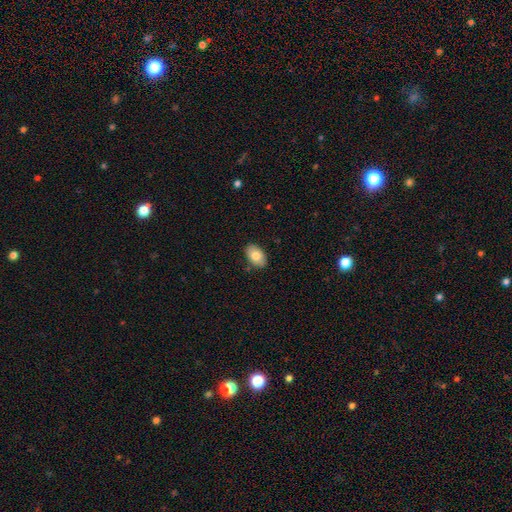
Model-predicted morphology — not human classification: Smooth or featured?
  - smooth: 80% *
  - featured or disk: 13%
  - star or artifact: 7%
How rounded?
  - in between: 91% *
  - round: 8%
  - cigar-shaped: 1%
Merging?
  - none: 87% *
  - minor disturbance: 10%
  - major disturbance: 2%
  - merger: 1%